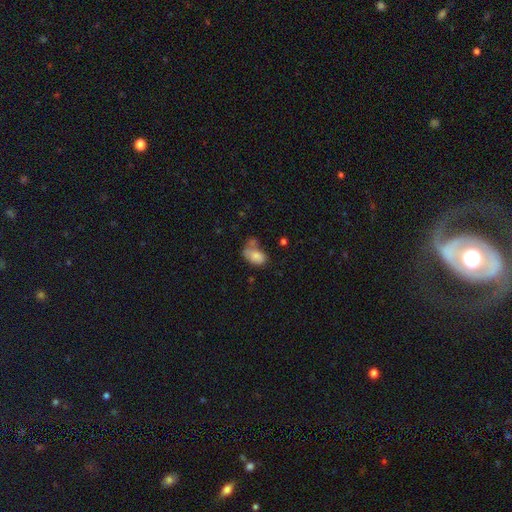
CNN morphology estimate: smooth-or-featured: smooth: 79% | featured or disk: 13% | star or artifact: 9%
  how-rounded: in between: 86% | round: 12% | cigar-shaped: 1%
  merging: none: 34% | merger: 33% | minor disturbance: 22% | major disturbance: 12%